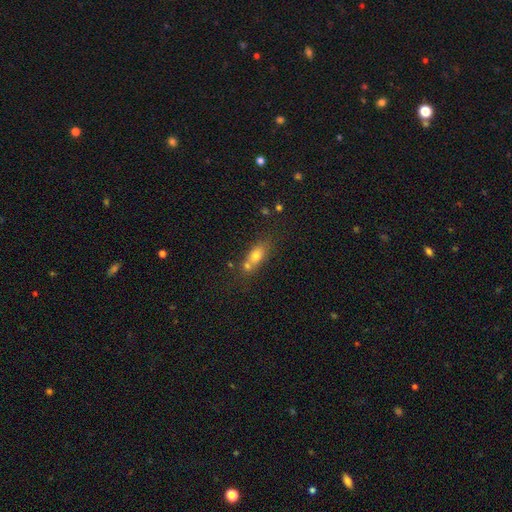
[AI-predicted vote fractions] Smooth or featured?
  - smooth: 69% *
  - featured or disk: 18%
  - star or artifact: 12%
How rounded?
  - in between: 67% *
  - round: 19%
  - cigar-shaped: 14%
Merging?
  - none: 43% *
  - merger: 38%
  - minor disturbance: 13%
  - major disturbance: 5%